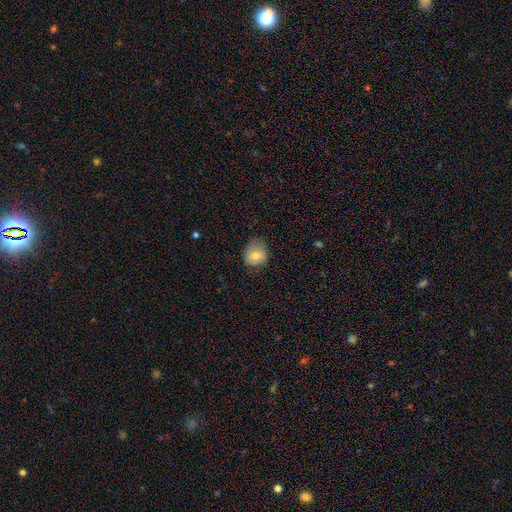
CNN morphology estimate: type=smooth (74%); roundness=round (67%); merging=none (62%).